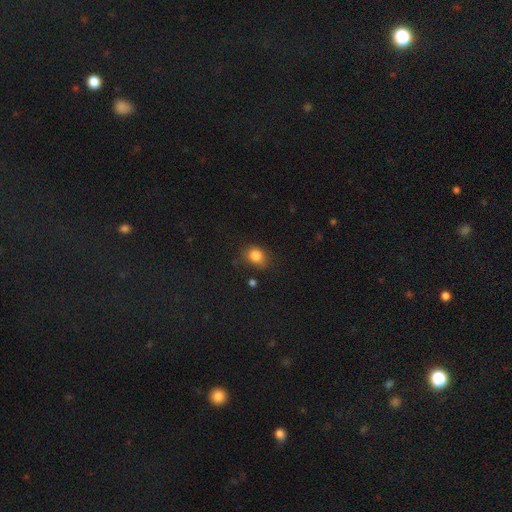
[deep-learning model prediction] This appears to be a smooth galaxy with no disk features (83%) that is round (50%). Merging: none (67%).